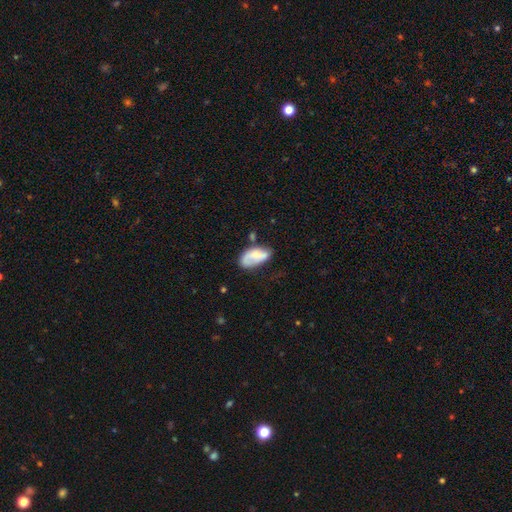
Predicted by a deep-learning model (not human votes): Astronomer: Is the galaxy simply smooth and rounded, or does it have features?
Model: smooth — 58% (runner-up: featured or disk, 35%).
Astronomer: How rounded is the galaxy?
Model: in between — 92%.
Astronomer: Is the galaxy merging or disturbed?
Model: none — 43% (runner-up: minor disturbance, 31%).